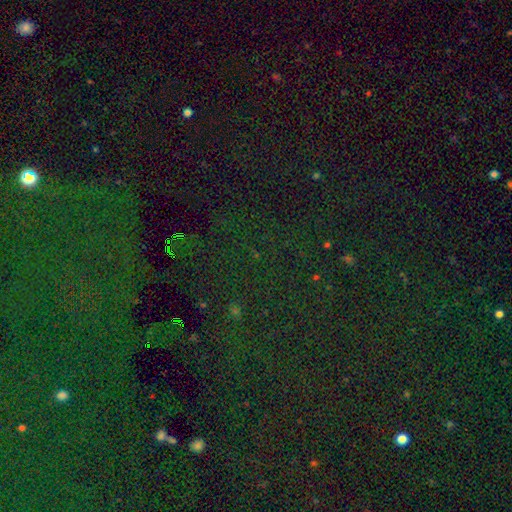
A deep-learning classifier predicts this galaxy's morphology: Smooth or featured? Predicted: star or artifact (p=0.82).